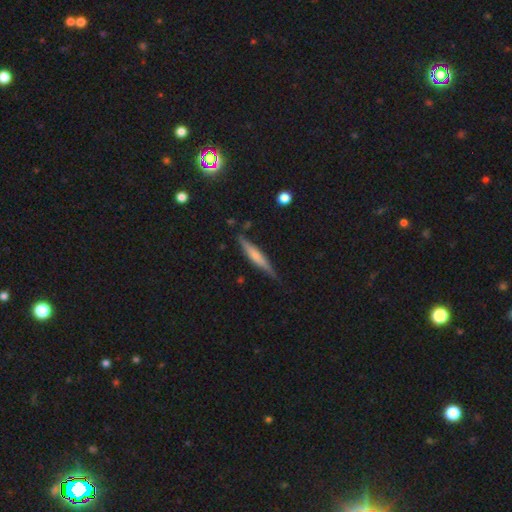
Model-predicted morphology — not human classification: A smooth galaxy with no disk features (50%).

Vote fractions:
- Smooth or featured? smooth: 50% / featured or disk: 44% / star or artifact: 6%
- Merging? none: 79% / minor disturbance: 16% / major disturbance: 3% / merger: 2%